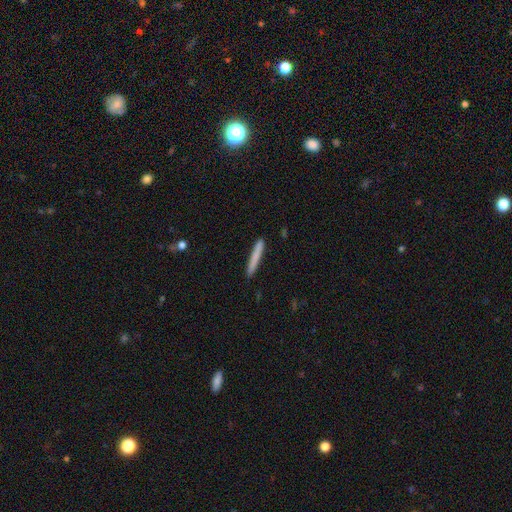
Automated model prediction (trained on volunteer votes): A smooth galaxy with no disk features (77%) that is cigar-shaped (97%).

Vote fractions:
- Smooth or featured? smooth: 77% / featured or disk: 18% / star or artifact: 6%
- How rounded? cigar-shaped: 97% / in between: 2% / round: 1%
- Merging? none: 91% / minor disturbance: 7% / major disturbance: 1% / merger: 1%